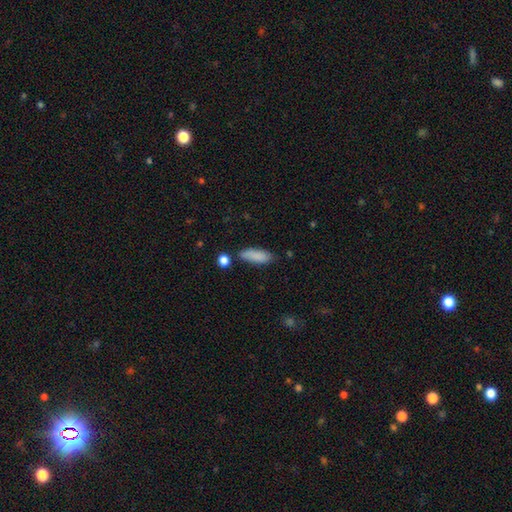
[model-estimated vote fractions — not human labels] Smooth or featured: smooth — 87% (star or artifact — 7%)
How rounded: in between — 64% (cigar-shaped — 34%)
Merging: none — 74% (minor disturbance — 18%)